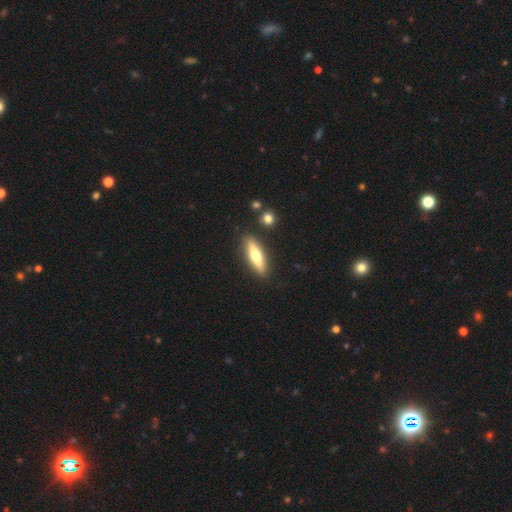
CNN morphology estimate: Q: Smooth or featured?
A: smooth (52%); runner-up: featured or disk (42%)
Q: How rounded?
A: cigar-shaped (68%); runner-up: in between (30%)
Q: Merging?
A: none (88%); runner-up: minor disturbance (8%)